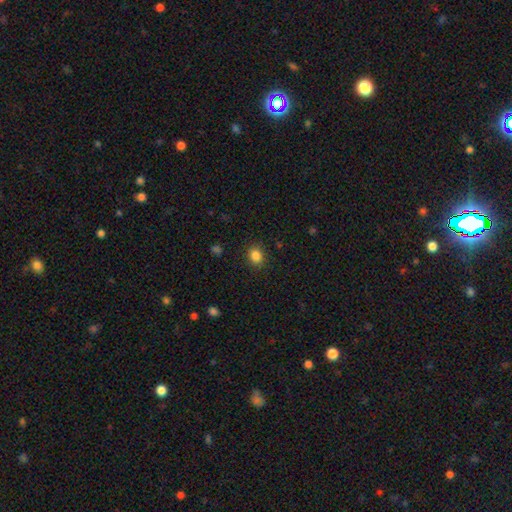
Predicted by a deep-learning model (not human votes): Smooth or featured: smooth — 85% (star or artifact — 11%)
How rounded: round — 62% (in between — 37%)
Merging: none — 87% (minor disturbance — 9%)